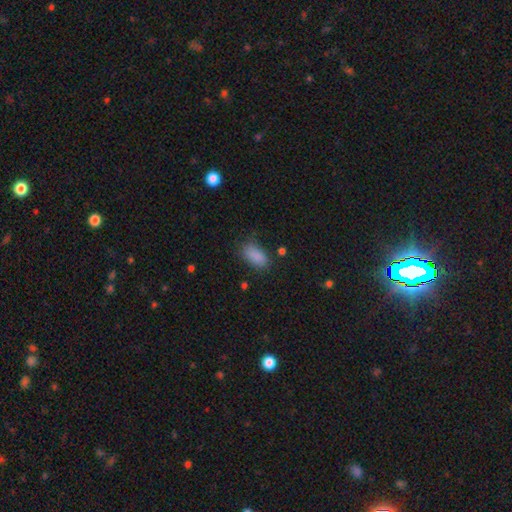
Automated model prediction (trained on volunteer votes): Smooth or featured: smooth — 87% (star or artifact — 9%)
How rounded: in between — 91% (cigar-shaped — 6%)
Merging: none — 73% (minor disturbance — 19%)